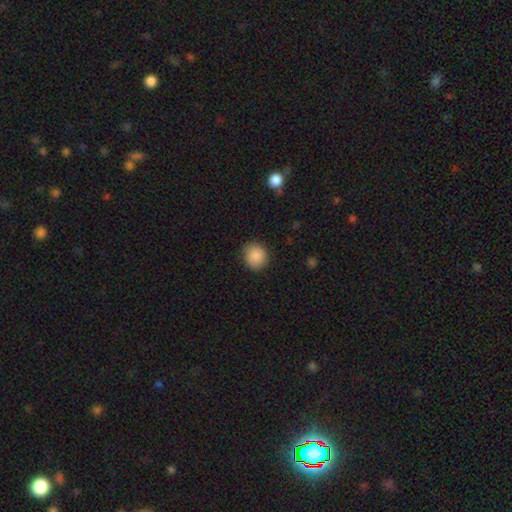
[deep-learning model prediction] The model was most divided on "how rounded": round: 84%, in between: 15%, cigar-shaped: 1%. More confident: smooth or featured — smooth (88%); merging — none (87%).